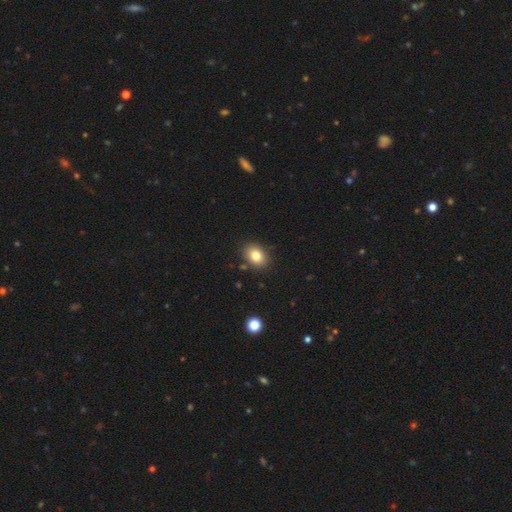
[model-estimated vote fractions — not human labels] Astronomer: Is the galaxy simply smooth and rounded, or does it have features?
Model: smooth — 81%.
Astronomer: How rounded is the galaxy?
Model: in between — 69%.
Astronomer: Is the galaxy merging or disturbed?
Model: none — 86%.